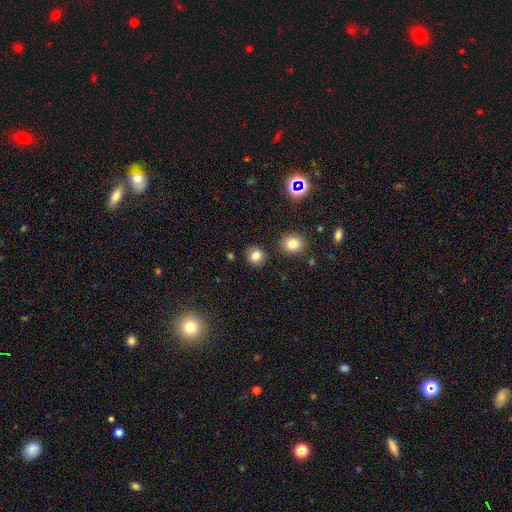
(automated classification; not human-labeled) smooth-or-featured: smooth: 81% | star or artifact: 13% | featured or disk: 6%
  how-rounded: round: 86% | in between: 13% | cigar-shaped: 1%
  merging: none: 88% | minor disturbance: 7% | merger: 3% | major disturbance: 2%